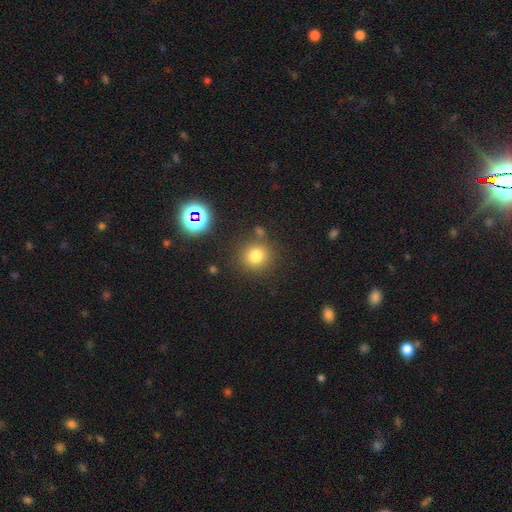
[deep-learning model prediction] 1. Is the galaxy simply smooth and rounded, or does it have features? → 77% smooth, 15% star or artifact, 7% featured or disk.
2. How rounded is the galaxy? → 91% round, 8% in between, 1% cigar-shaped.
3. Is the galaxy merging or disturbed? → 80% none, 9% minor disturbance, 7% merger, 4% major disturbance.